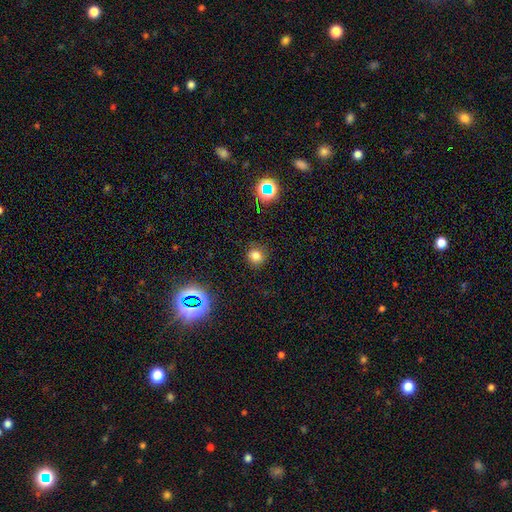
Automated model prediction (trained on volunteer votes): The model was most divided on "smooth or featured": smooth: 75%, star or artifact: 18%, featured or disk: 6%. More confident: how rounded — round (87%); merging — none (86%).